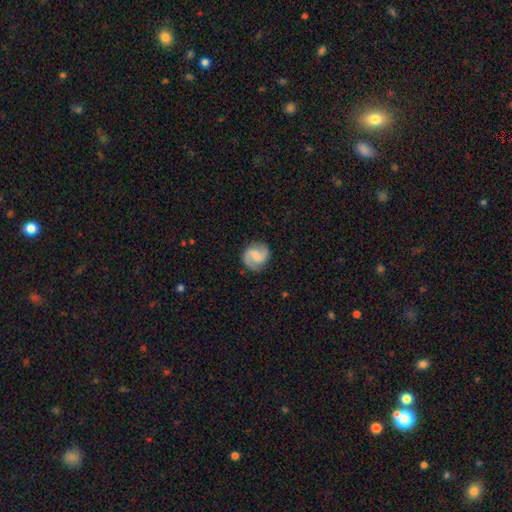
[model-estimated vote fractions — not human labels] Smooth or featured? Predicted: featured or disk (p=0.78). Edge-on disk? Predicted: no (p=0.98). Bar? Predicted: weak (p=0.48). Spiral arms? Predicted: yes (p=0.97). Spiral winding? Predicted: medium (p=0.51). Spiral arm count? Predicted: 2 (p=0.92). Bulge size? Predicted: none (p=0.50). Merging? Predicted: none (p=0.85).